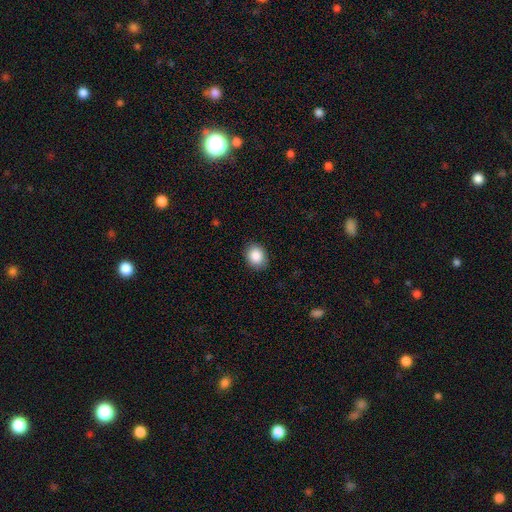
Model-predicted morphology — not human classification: smooth_or_featured: smooth (p=0.88) [alt: star or artifact p=0.08]
how_rounded: round (p=0.55) [alt: in between p=0.45]
merging: none (p=0.88) [alt: minor disturbance p=0.09]